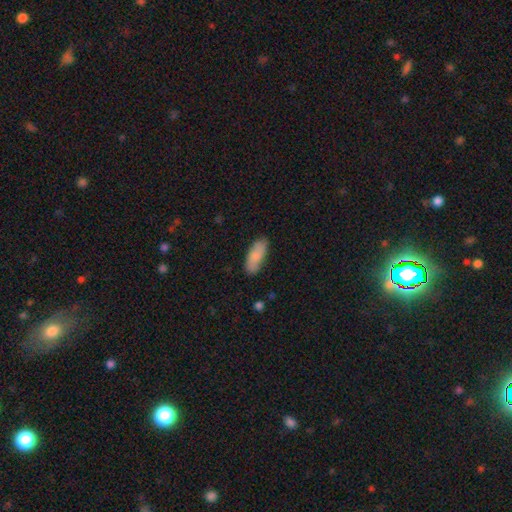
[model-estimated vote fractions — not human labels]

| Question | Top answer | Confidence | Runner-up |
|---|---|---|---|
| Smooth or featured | smooth | 81% | featured or disk (13%) |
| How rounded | in between | 75% | cigar-shaped (23%) |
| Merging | none | 81% | minor disturbance (15%) |